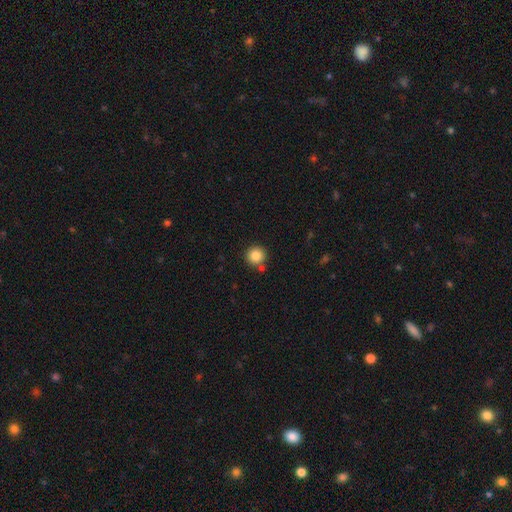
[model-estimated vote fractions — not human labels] smooth-or-featured: smooth: 85% | star or artifact: 10% | featured or disk: 5%
  how-rounded: round: 95% | in between: 4% | cigar-shaped: 1%
  merging: none: 82% | merger: 8% | minor disturbance: 7% | major disturbance: 2%